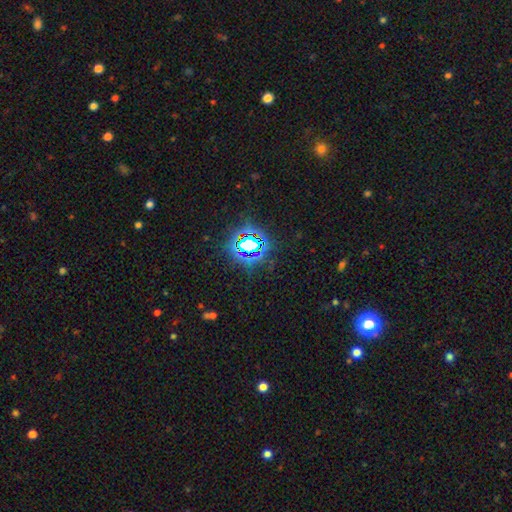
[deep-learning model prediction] smooth-or-featured: star or artifact: 79% | smooth: 13% | featured or disk: 8%